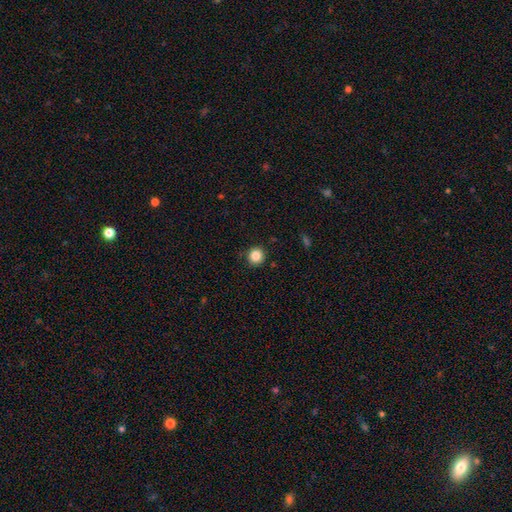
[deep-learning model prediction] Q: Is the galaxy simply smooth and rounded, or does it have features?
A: smooth — 85%.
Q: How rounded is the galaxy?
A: round — 93%.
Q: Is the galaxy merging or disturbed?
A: none — 89%.